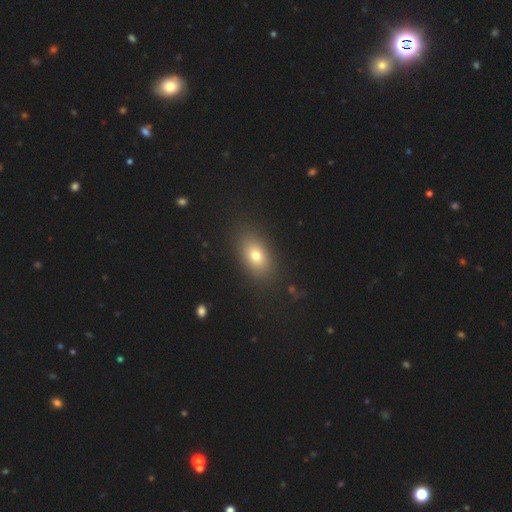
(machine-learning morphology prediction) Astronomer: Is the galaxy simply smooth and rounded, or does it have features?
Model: smooth — 75%.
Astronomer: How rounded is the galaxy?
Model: in between — 81%.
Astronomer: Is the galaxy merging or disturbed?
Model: none — 87%.